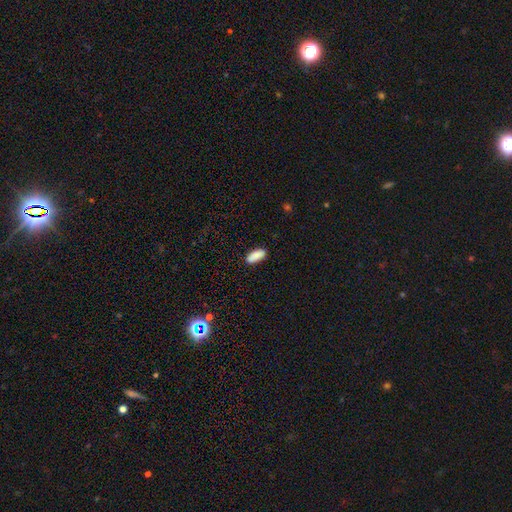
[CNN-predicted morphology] The model was most divided on "how rounded": in between: 79%, cigar-shaped: 19%, round: 2%. More confident: smooth or featured — smooth (90%); merging — none (87%).